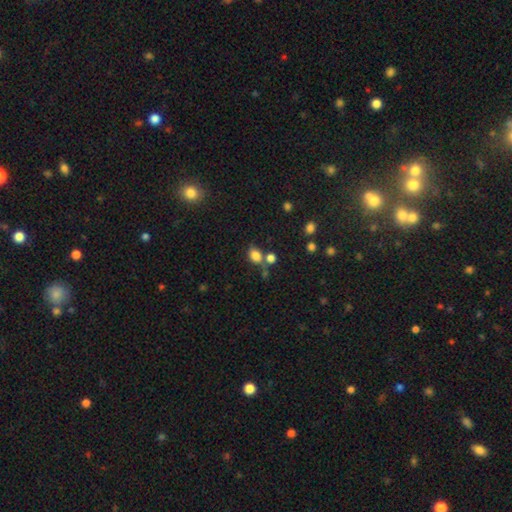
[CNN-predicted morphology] Overall: smooth (79%). How rounded: in between (65%; round 33%). Merging: none (50%; merger 25%).